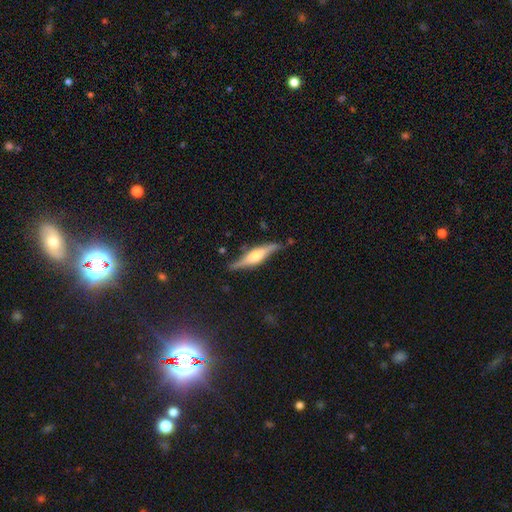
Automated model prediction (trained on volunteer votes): This appears to be a featured or disk galaxy (72%) viewed edge-on (92%) with a rounded central bulge (86%). Merging: none (77%).